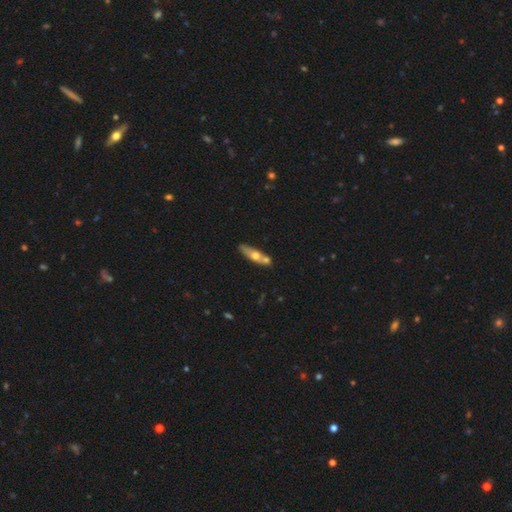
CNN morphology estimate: Smooth or featured?
  - smooth: 48% *
  - featured or disk: 46%
  - star or artifact: 6%
Merging?
  - none: 55% *
  - merger: 27%
  - minor disturbance: 14%
  - major disturbance: 4%